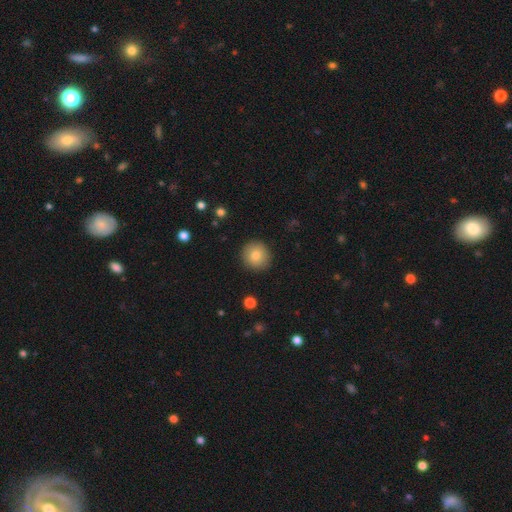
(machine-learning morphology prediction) This appears to be a smooth galaxy with no disk features (82%) that is round (92%). Merging: none (90%).